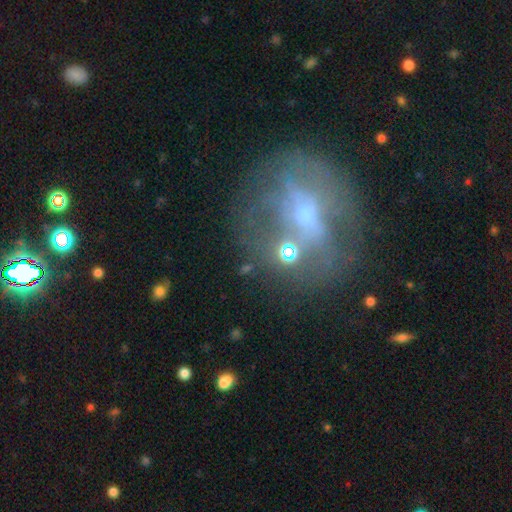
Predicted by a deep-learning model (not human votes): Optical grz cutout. It shows a featured or disk galaxy (55%) with no bar (61%), no spiral arms (73%) and a small central bulge (54%). Merging: none (59%).